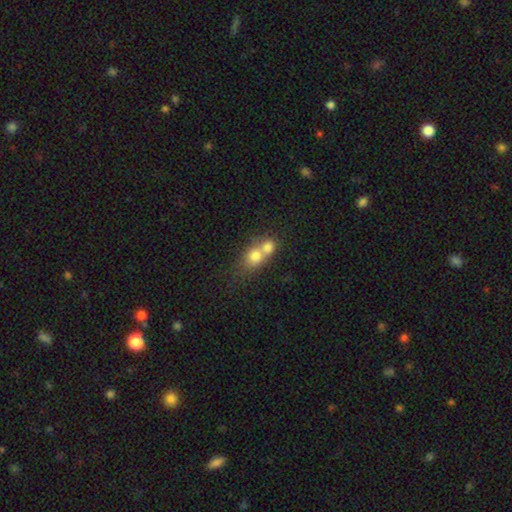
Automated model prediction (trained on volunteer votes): Q: Smooth or featured?
A: smooth (73%); runner-up: featured or disk (18%)
Q: How rounded?
A: round (63%); runner-up: in between (34%)
Q: Merging?
A: merger (71%); runner-up: none (20%)